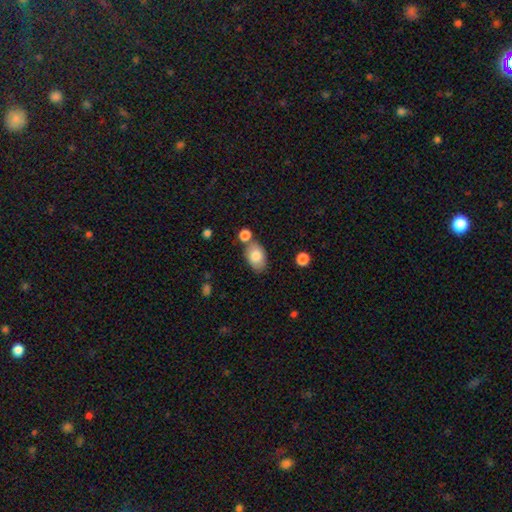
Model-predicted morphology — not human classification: Smooth or featured?
  - smooth: 81% *
  - featured or disk: 12%
  - star or artifact: 7%
How rounded?
  - in between: 87% *
  - round: 12%
  - cigar-shaped: 1%
Merging?
  - none: 61% *
  - merger: 19%
  - minor disturbance: 16%
  - major disturbance: 4%